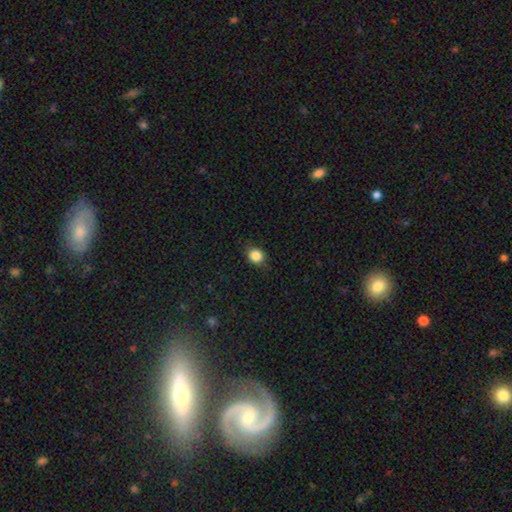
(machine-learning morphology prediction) This appears to be a smooth galaxy with no disk features (85%) that is round (69%). Merging: none (84%).